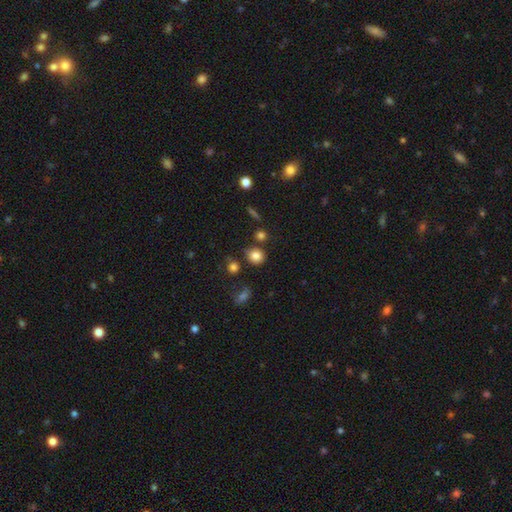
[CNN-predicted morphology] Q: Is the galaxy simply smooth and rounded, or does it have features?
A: smooth — 82%.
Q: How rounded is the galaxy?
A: round — 83%.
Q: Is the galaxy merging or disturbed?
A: none — 78%.